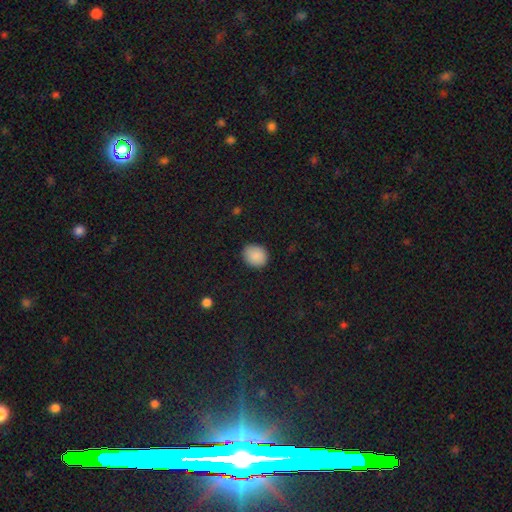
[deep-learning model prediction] smooth_or_featured: smooth (p=0.89) [alt: star or artifact p=0.08]
how_rounded: round (p=0.63) [alt: in between p=0.36]
merging: none (p=0.88) [alt: minor disturbance p=0.09]